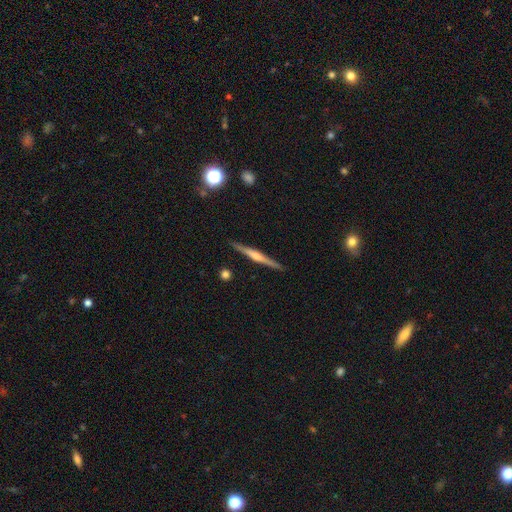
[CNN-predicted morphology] type=featured or disk (76%); edge-on=yes (98%); edge-on bulge=rounded (71%); merging=none (91%).